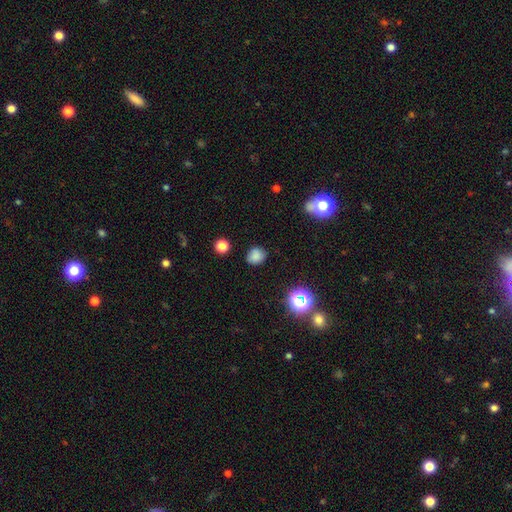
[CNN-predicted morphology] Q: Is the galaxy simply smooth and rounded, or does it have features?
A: smooth — 79%.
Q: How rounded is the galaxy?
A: round — 68%.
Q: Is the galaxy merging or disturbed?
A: none — 82%.